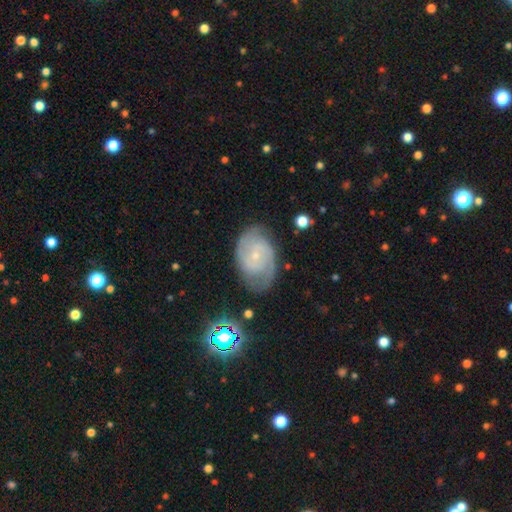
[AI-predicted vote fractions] Morphology: type=featured or disk (76%); edge-on=no (97%); bar=no (66%); spiral arms=yes (92%); winding=tight (50%); arm count=2 (58%); bulge=small (82%); merging=none (71%).